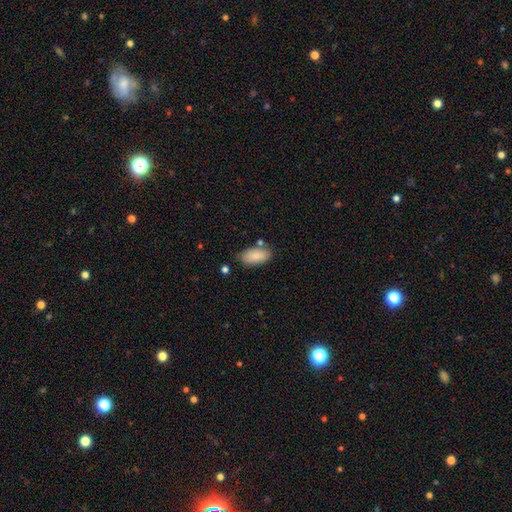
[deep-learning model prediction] A smooth galaxy with no disk features (87%) that is in between round and cigar-shaped (93%). Merging: none (75%).